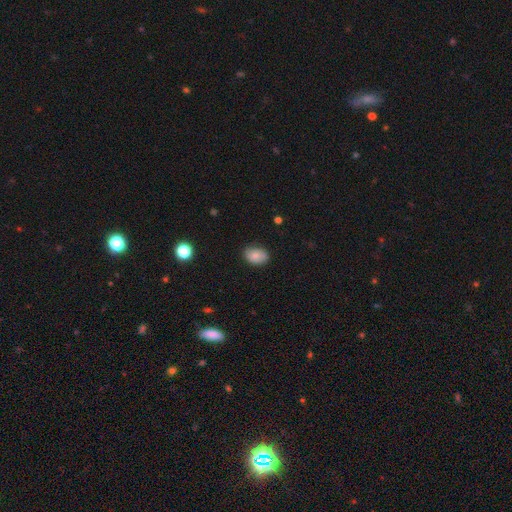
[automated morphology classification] Smooth or featured: smooth — 79% (featured or disk — 12%)
How rounded: in between — 81% (round — 17%)
Merging: none — 80% (minor disturbance — 16%)